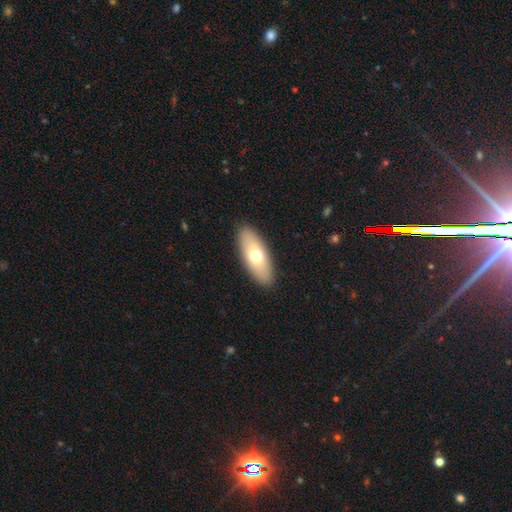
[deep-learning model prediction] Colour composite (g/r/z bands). It shows a smooth galaxy with no disk features (67%) that is in between round and cigar-shaped (78%). Merging: none (90%).